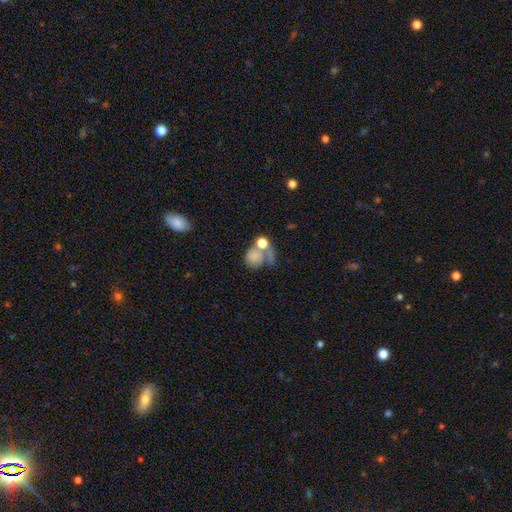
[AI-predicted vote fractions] This is likely a smooth galaxy (66%). How rounded: likely round (67%). Merging: marginally merger (37%).